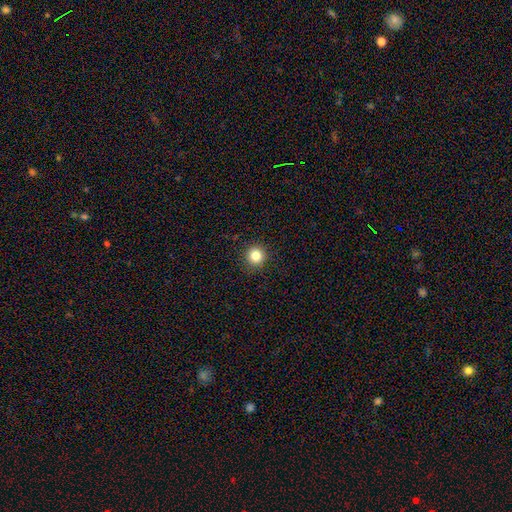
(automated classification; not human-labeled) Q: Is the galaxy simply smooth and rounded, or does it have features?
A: smooth — 83%.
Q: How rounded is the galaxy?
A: round — 94%.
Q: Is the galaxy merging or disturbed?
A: none — 92%.